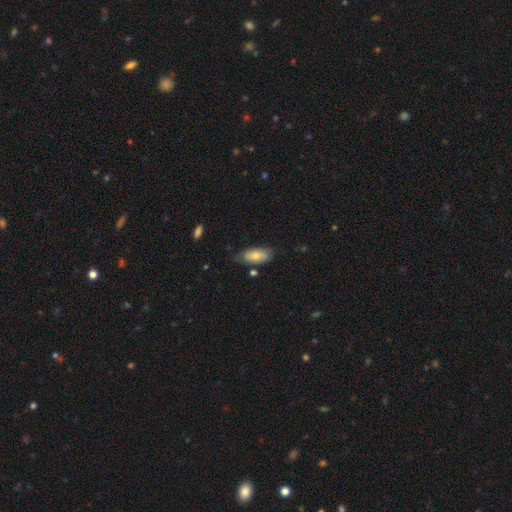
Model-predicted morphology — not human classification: A smooth galaxy with no disk features (72%) that is in between round and cigar-shaped (88%).

Vote fractions:
- Smooth or featured? smooth: 72% / featured or disk: 21% / star or artifact: 6%
- How rounded? in between: 88% / cigar-shaped: 10% / round: 2%
- Merging? none: 67% / minor disturbance: 24% / major disturbance: 5% / merger: 4%